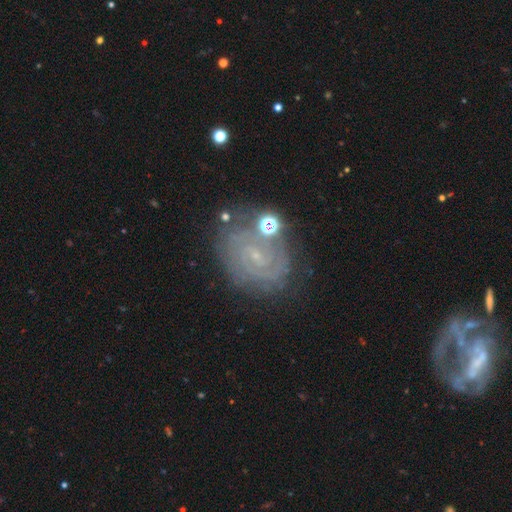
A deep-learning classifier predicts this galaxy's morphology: This is likely a featured or disk galaxy (73%). It is clearly not viewed edge-on (97%). Bar: possibly no (46%). Spiral arm pattern: clearly yes (87%). Spiral arm count: marginally can't tell (38%). Spiral winding: possibly tight (59%). Central bulge: likely small (78%). Merging: likely none (68%).